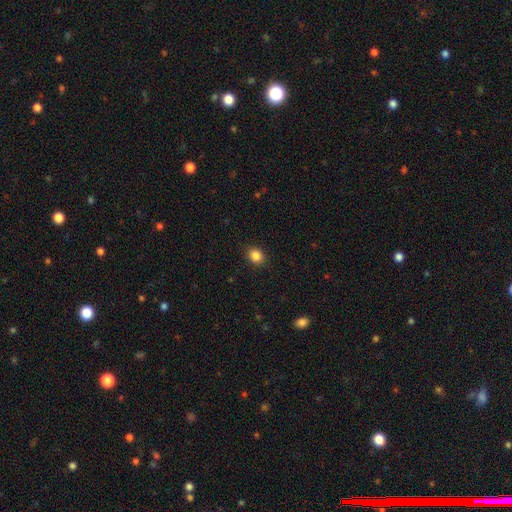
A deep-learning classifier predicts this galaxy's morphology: Smooth or featured?
  - smooth: 85% *
  - star or artifact: 10%
  - featured or disk: 4%
How rounded?
  - round: 58% *
  - in between: 41%
  - cigar-shaped: 1%
Merging?
  - none: 89% *
  - minor disturbance: 8%
  - major disturbance: 2%
  - merger: 1%